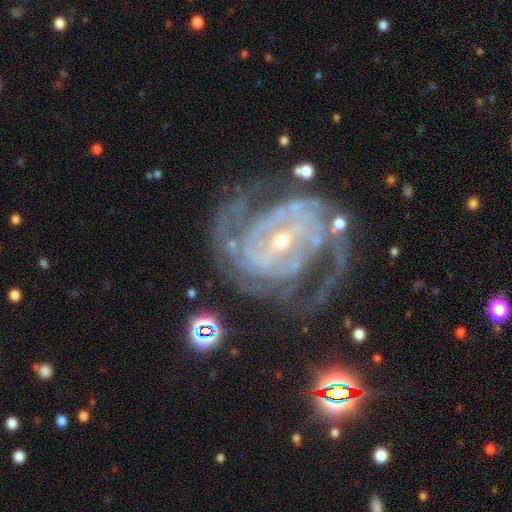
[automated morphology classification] Smooth or featured? featured or disk (91%)
Edge-on disk? no (97%)
Bar? weak (40%)
Spiral arms? yes (98%)
Spiral winding? tight (55%)
Spiral arm count? 2 (41%)
Bulge size? small (70%)
Merging? none (66%)